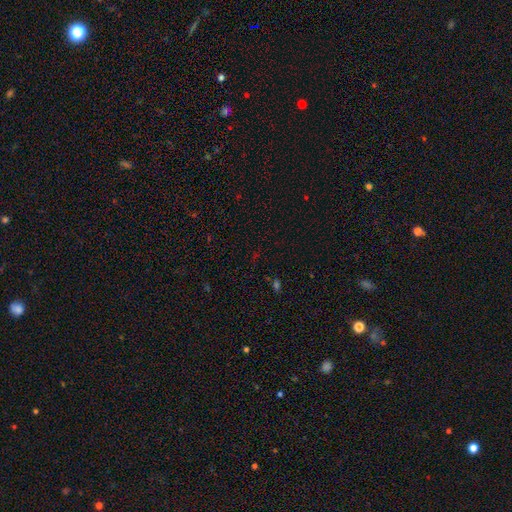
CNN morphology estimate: Smooth or featured: star or artifact — 64% (smooth — 28%)